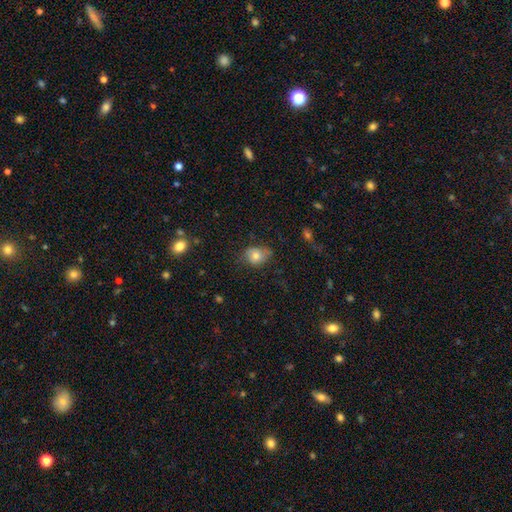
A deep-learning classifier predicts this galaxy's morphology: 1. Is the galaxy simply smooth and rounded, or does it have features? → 75% smooth, 15% featured or disk, 10% star or artifact.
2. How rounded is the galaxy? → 51% in between, 48% round, 1% cigar-shaped.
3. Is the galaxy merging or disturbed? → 61% none, 28% minor disturbance, 9% major disturbance, 2% merger.